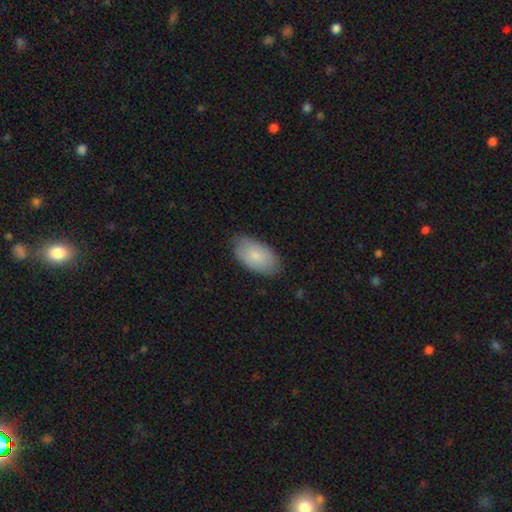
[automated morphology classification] smooth 81%, featured or disk 13%, star or artifact 6%. Down the decision tree: how rounded — in between (95%); merging — none (81%).